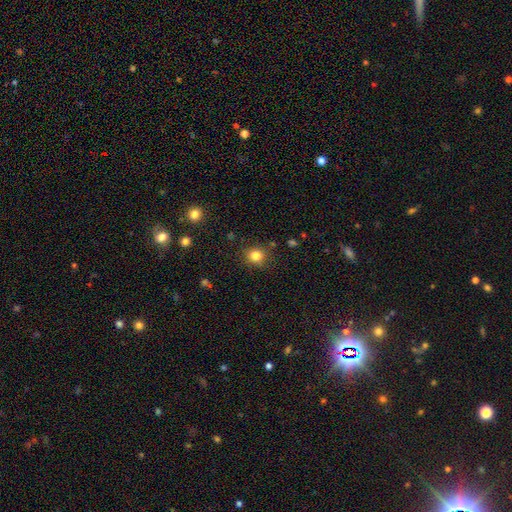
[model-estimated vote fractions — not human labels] Q: Smooth or featured?
A: smooth (82%); runner-up: star or artifact (12%)
Q: How rounded?
A: round (80%); runner-up: in between (19%)
Q: Merging?
A: none (84%); runner-up: minor disturbance (10%)